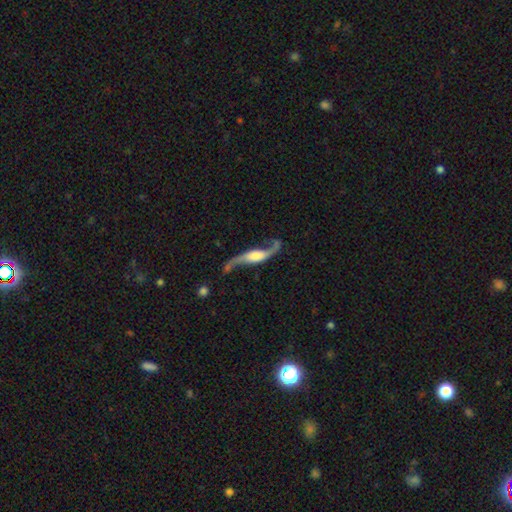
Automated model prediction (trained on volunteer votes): smooth-or-featured: featured or disk: 87% | smooth: 8% | star or artifact: 5%
  disk-edge-on: no: 81% | yes: 19%
    bar: no: 45% | weak: 35% | strong: 20%
    has-spiral-arms: yes: 95% | no: 5%
      spiral-winding: loose: 92% | medium: 6% | tight: 2%
      spiral-arm-count: 2: 93% | 1: 3% | can't tell: 1% | 3: 1% | 4: 1% | more than 4: 1%
    bulge-size: large: 30% (tied) | moderate: 30% (tied) | small: 17% | none: 15% | dominant: 8%
  merging: none: 65% | minor disturbance: 17% | major disturbance: 11% | merger: 6%